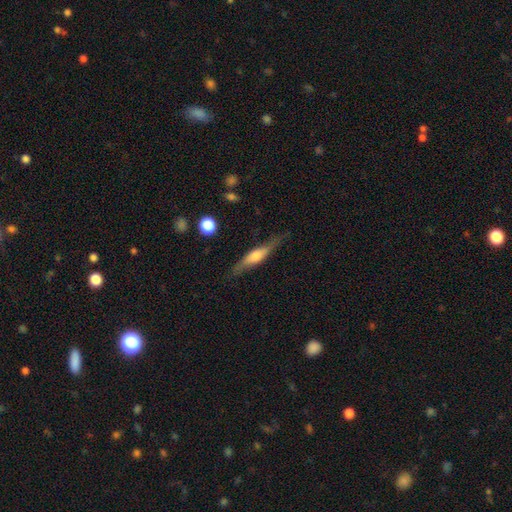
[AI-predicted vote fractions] Overall: featured or disk (59%; smooth 35%). Edge-on disk: yes (92%). Edge-on bulge: rounded (80%). Merging: none (78%).